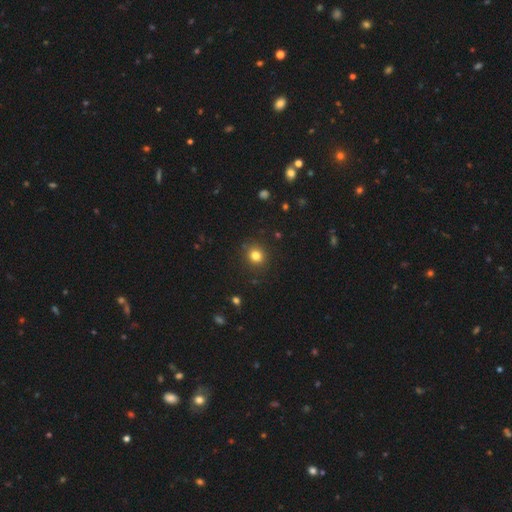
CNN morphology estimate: Overall: smooth (81%). How rounded: round (84%). Merging: none (89%).